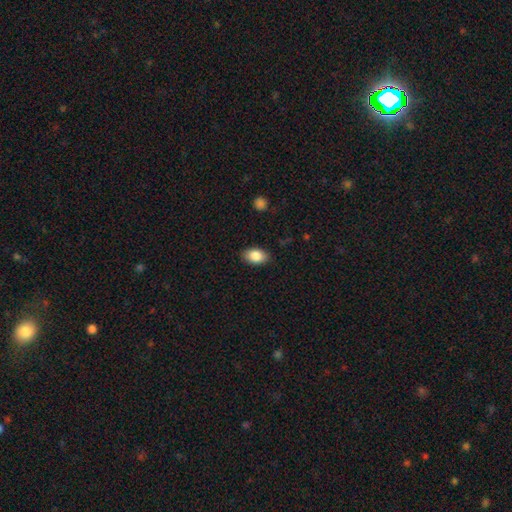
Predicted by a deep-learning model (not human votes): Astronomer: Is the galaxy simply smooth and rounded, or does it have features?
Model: smooth — 86%.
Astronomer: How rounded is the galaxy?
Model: in between — 91%.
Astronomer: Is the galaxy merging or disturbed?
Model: none — 87%.